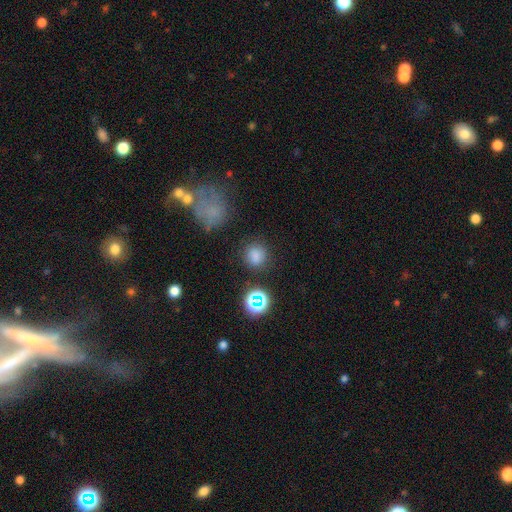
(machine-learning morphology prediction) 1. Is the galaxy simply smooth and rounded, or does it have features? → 77% smooth, 17% star or artifact, 6% featured or disk.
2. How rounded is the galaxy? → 86% round, 13% in between, 1% cigar-shaped.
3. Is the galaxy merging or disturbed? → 82% none, 10% minor disturbance, 4% major disturbance, 3% merger.